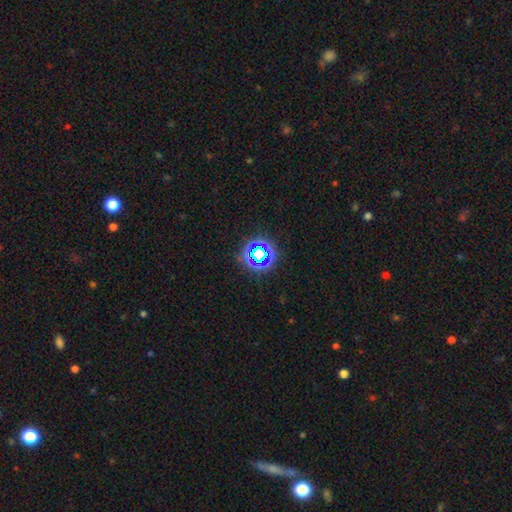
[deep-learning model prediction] star or artifact 58%, smooth 30%, featured or disk 12%.